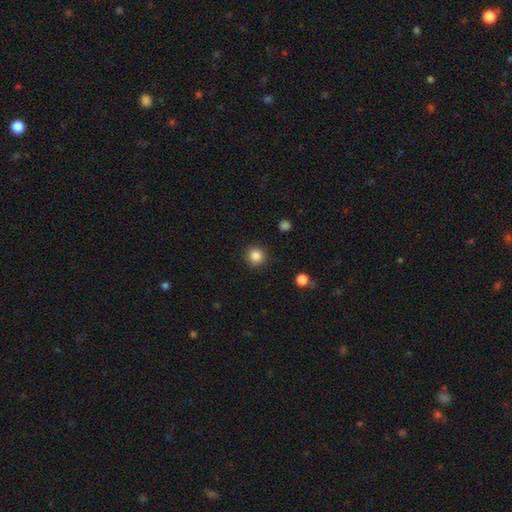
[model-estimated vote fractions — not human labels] This is clearly a smooth galaxy (86%). How rounded: clearly round (95%). Merging: clearly none (91%).